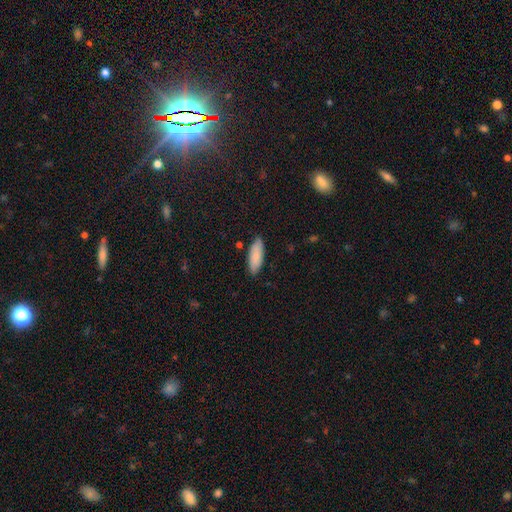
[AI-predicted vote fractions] Smooth or featured? smooth (86%)
How rounded? in between (61%)
Merging? none (85%)